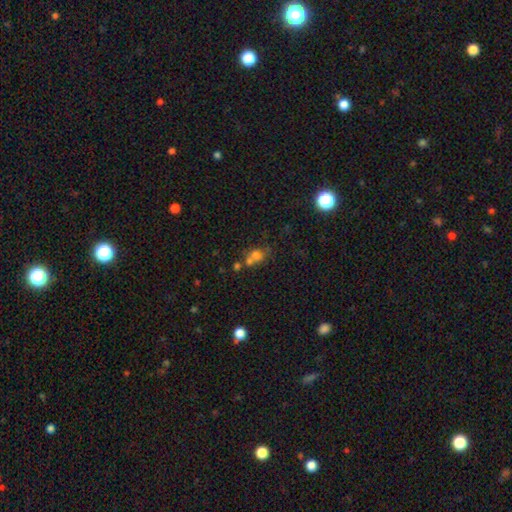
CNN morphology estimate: Smooth or featured: smooth — 66% (star or artifact — 17%)
How rounded: round — 70% (in between — 28%)
Merging: merger — 48% (none — 37%)